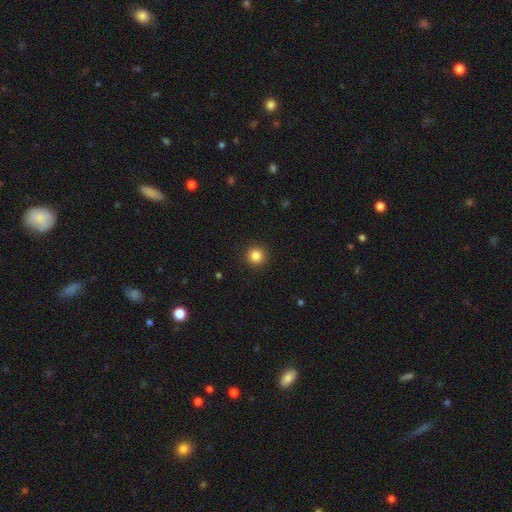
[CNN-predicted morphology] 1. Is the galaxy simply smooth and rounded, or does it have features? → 85% smooth, 11% star or artifact, 4% featured or disk.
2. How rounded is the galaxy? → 95% round, 4% in between, 1% cigar-shaped.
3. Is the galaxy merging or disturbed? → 92% none, 5% minor disturbance, 2% major disturbance, 1% merger.